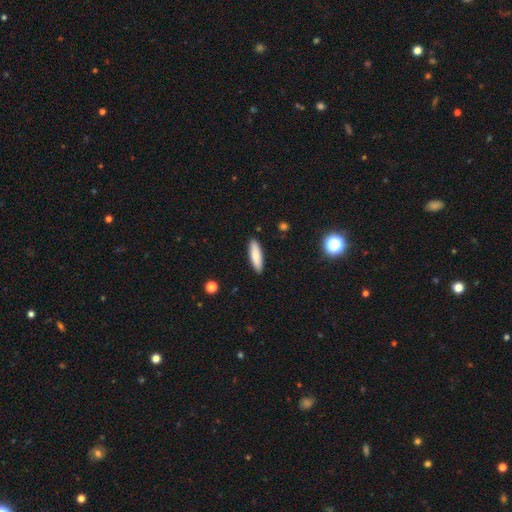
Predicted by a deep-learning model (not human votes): A smooth galaxy with no disk features (82%) that is cigar-shaped (64%).

Vote fractions:
- Smooth or featured? smooth: 82% / featured or disk: 12% / star or artifact: 6%
- How rounded? cigar-shaped: 64% / in between: 35% / round: 2%
- Merging? none: 90% / minor disturbance: 8% / major disturbance: 2% / merger: 1%